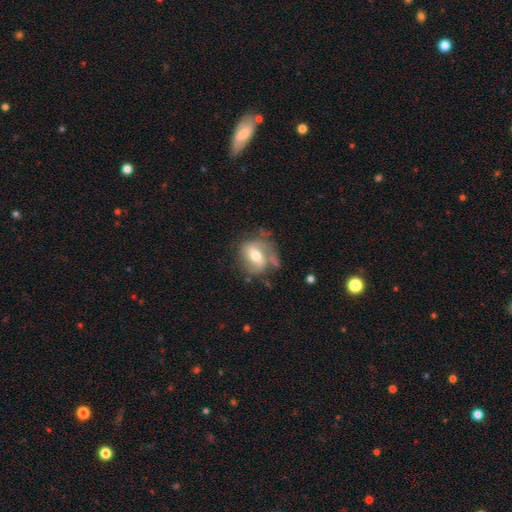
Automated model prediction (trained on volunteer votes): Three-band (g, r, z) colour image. It shows a featured or disk galaxy (65%) with a weak bar (44%), spiral arms (78%) and a moderate central bulge (72%). Merging: none (51%).